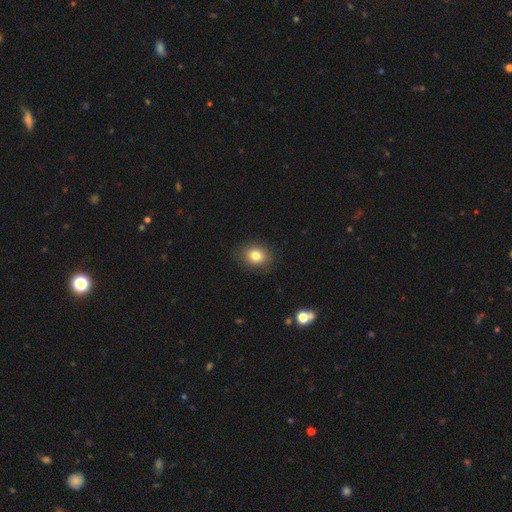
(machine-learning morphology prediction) This is clearly a smooth galaxy (80%). How rounded: possibly round (53%). Merging: clearly none (87%).